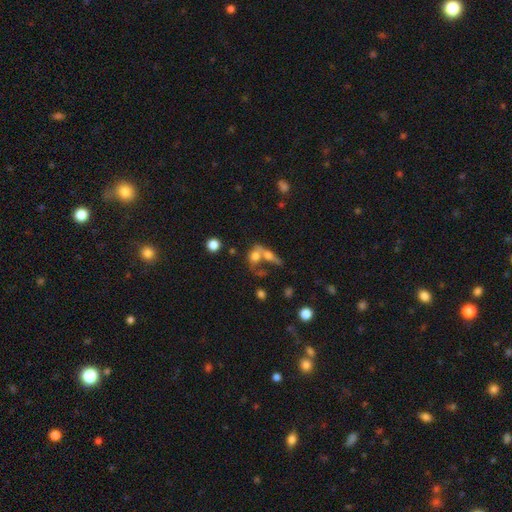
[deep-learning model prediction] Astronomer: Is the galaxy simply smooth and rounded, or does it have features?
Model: smooth — 57%.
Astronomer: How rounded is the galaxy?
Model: in between — 54% (runner-up: round, 35%).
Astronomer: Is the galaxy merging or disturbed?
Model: merger — 54% (runner-up: none, 29%).